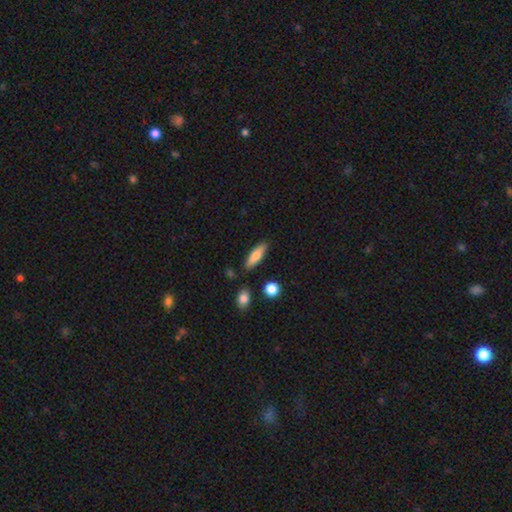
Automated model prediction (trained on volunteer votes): smooth_or_featured: smooth (p=0.74) [alt: featured or disk p=0.20]
how_rounded: cigar-shaped (p=0.54) [alt: in between p=0.44]
merging: none (p=0.83) [alt: minor disturbance p=0.11]